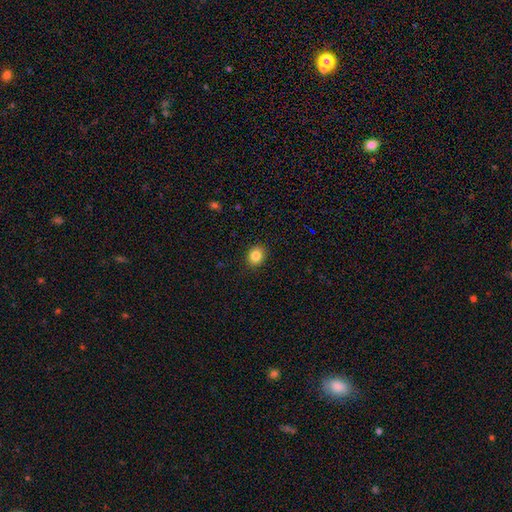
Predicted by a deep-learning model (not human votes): Smooth or featured: smooth — 85% (star or artifact — 10%)
How rounded: round — 65% (in between — 34%)
Merging: none — 90% (minor disturbance — 7%)